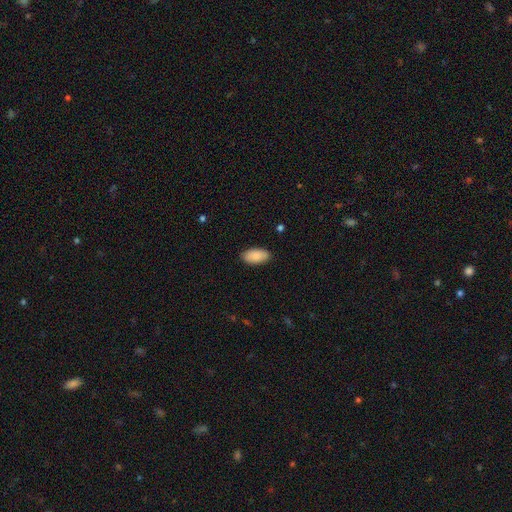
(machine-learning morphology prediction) Overall: smooth (88%). How rounded: in between (94%). Merging: none (88%).